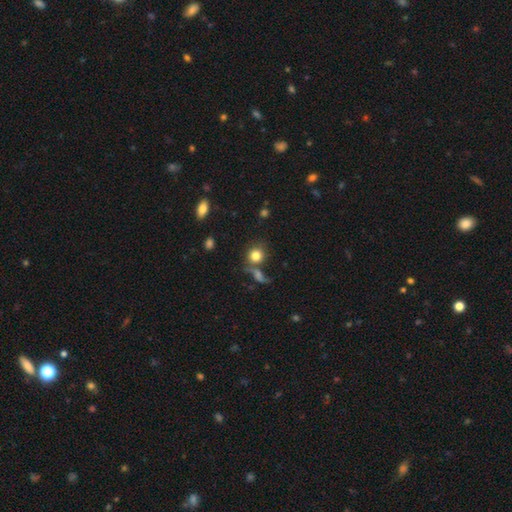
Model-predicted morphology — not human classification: A smooth galaxy with no disk features (81%) that is round (82%).

Vote fractions:
- Smooth or featured? smooth: 81% / star or artifact: 11% / featured or disk: 9%
- How rounded? round: 82% / in between: 17% / cigar-shaped: 1%
- Merging? none: 61% / merger: 21% / minor disturbance: 12% / major disturbance: 6%